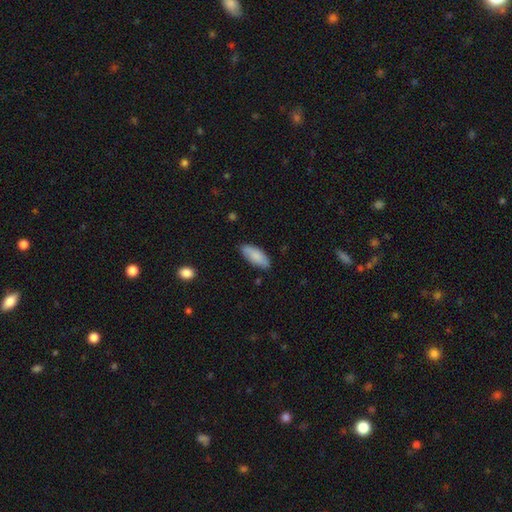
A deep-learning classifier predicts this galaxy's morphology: The model was most divided on "how rounded": in between: 80%, cigar-shaped: 18%, round: 2%. More confident: smooth or featured — smooth (86%); merging — none (83%).